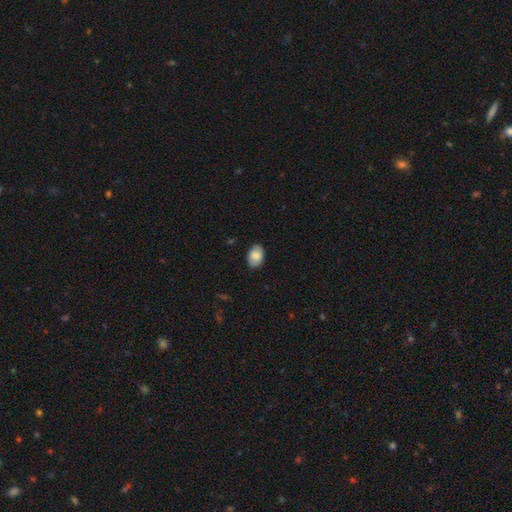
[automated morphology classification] Smooth or featured? smooth (86%)
How rounded? in between (85%)
Merging? none (86%)